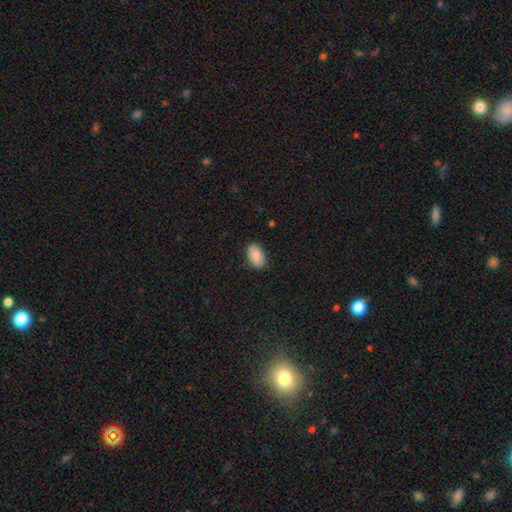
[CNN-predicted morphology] smooth_or_featured: smooth (p=0.80) [alt: featured or disk p=0.13]
how_rounded: in between (p=0.92) [alt: round p=0.06]
merging: none (p=0.85) [alt: minor disturbance p=0.12]